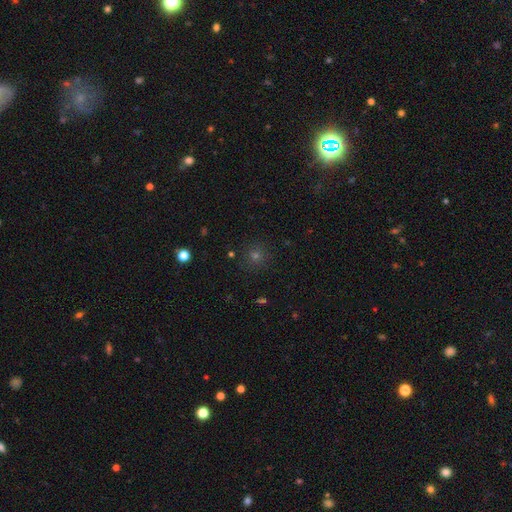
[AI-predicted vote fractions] Q: Smooth or featured?
A: smooth (59%); runner-up: star or artifact (33%)
Q: How rounded?
A: round (94%); runner-up: in between (5%)
Q: Merging?
A: none (89%); runner-up: minor disturbance (7%)